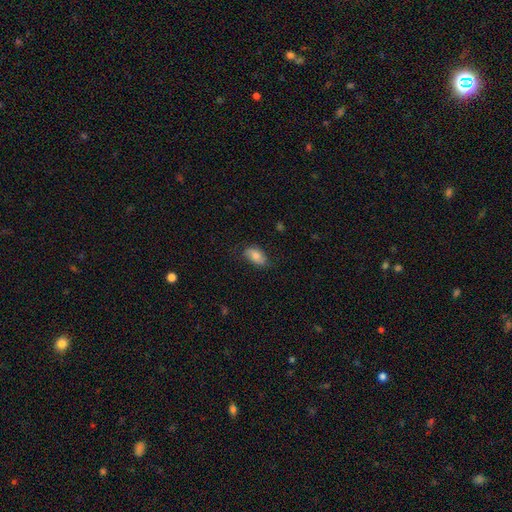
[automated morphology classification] smooth_or_featured: smooth (p=0.73) [alt: featured or disk p=0.20]
how_rounded: in between (p=0.92) [alt: round p=0.05]
merging: none (p=0.71) [alt: minor disturbance p=0.22]